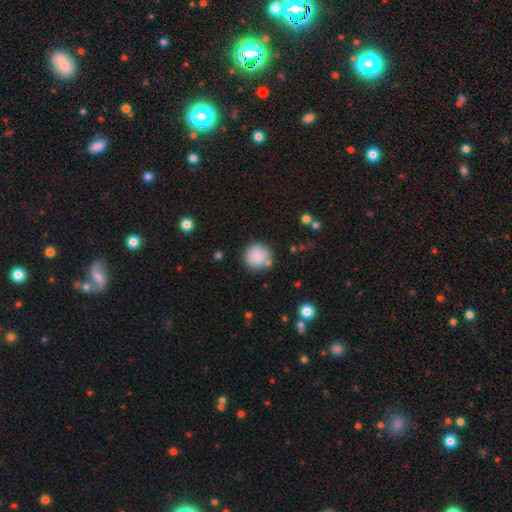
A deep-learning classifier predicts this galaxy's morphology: Smooth or featured? Predicted: smooth (p=0.86). How rounded? Predicted: round (p=0.94). Merging? Predicted: none (p=0.80).